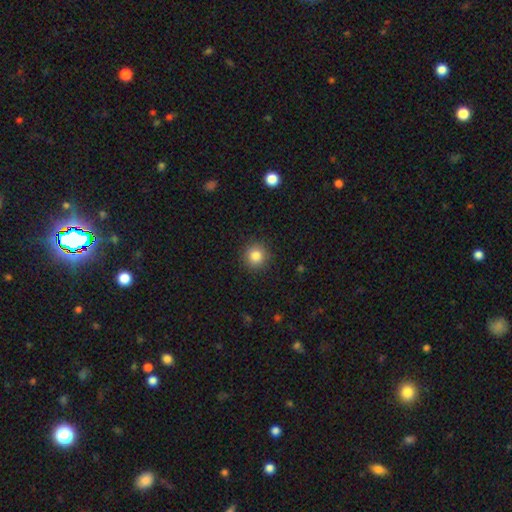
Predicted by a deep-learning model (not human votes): Q: Smooth or featured?
A: smooth (84%); runner-up: star or artifact (11%)
Q: How rounded?
A: round (94%); runner-up: in between (6%)
Q: Merging?
A: none (91%); runner-up: minor disturbance (6%)